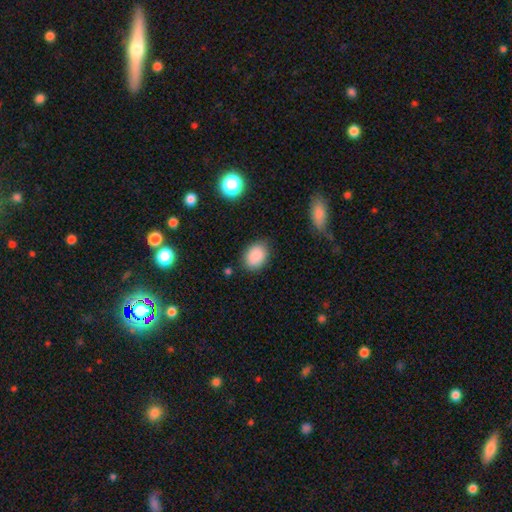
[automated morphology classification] Overall: smooth (88%). How rounded: in between (72%). Merging: none (81%).